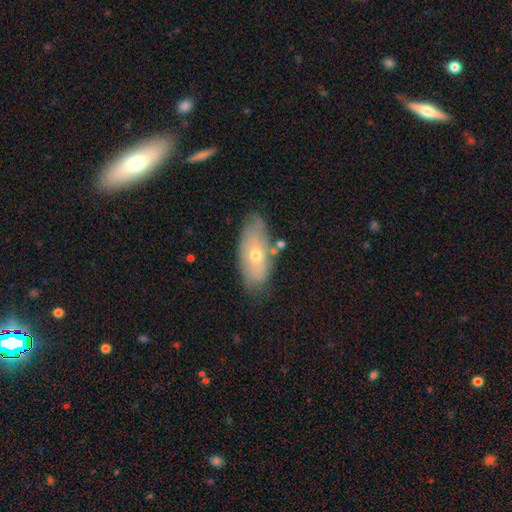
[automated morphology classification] A featured or disk galaxy (47%). Merging: none (72%).